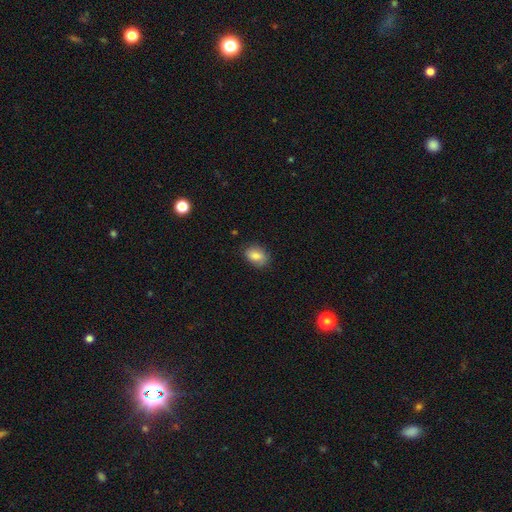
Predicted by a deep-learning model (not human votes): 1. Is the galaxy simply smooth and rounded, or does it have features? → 83% smooth, 9% featured or disk, 8% star or artifact.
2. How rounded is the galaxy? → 79% in between, 20% round, 1% cigar-shaped.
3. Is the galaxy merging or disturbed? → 79% none, 17% minor disturbance, 3% major disturbance, 1% merger.